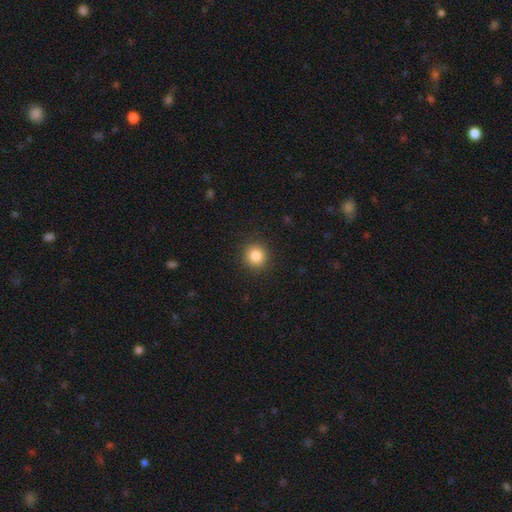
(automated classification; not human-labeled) smooth_or_featured: smooth (p=0.85) [alt: star or artifact p=0.11]
how_rounded: round (p=0.93) [alt: in between p=0.06]
merging: none (p=0.91) [alt: minor disturbance p=0.06]